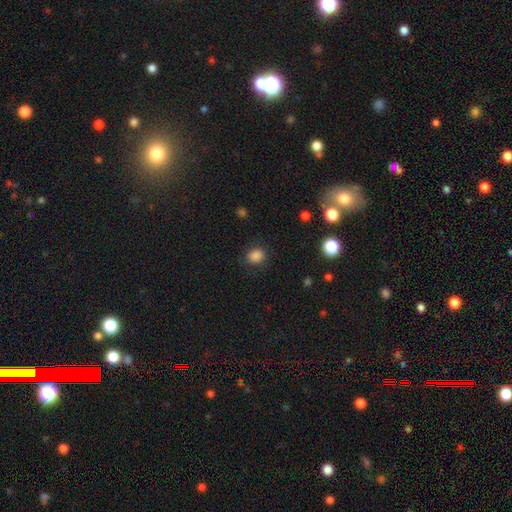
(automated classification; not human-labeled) smooth-or-featured: smooth: 85% | star or artifact: 11% | featured or disk: 4%
  how-rounded: round: 57% | in between: 43% | cigar-shaped: 1%
  merging: none: 83% | minor disturbance: 12% | major disturbance: 4% | merger: 1%